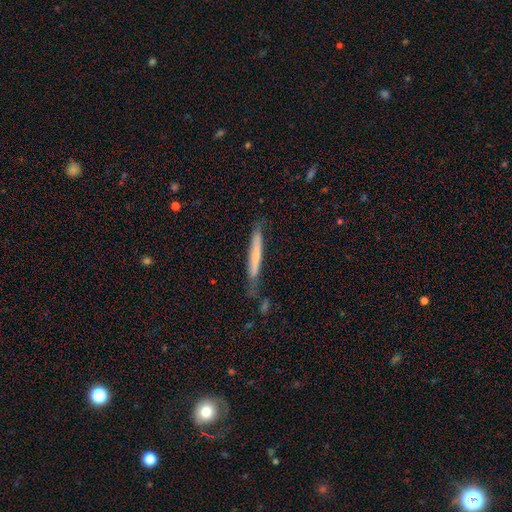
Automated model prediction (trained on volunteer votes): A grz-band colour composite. It shows a smooth galaxy with no disk features (53%) that is cigar-shaped (96%). Merging: none (71%).